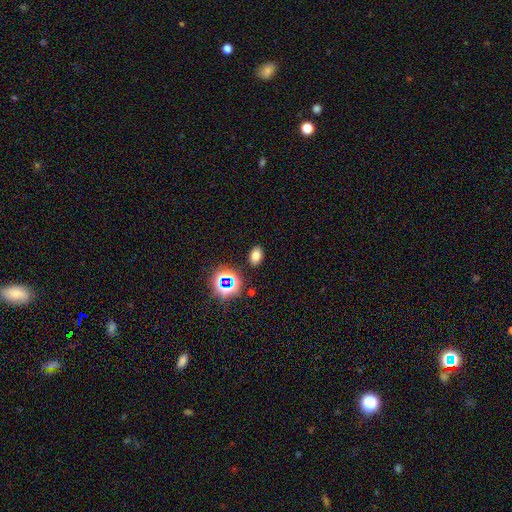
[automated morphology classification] Smooth or featured? Predicted: smooth (p=0.72). How rounded? Predicted: in between (p=0.80). Merging? Predicted: none (p=0.87).